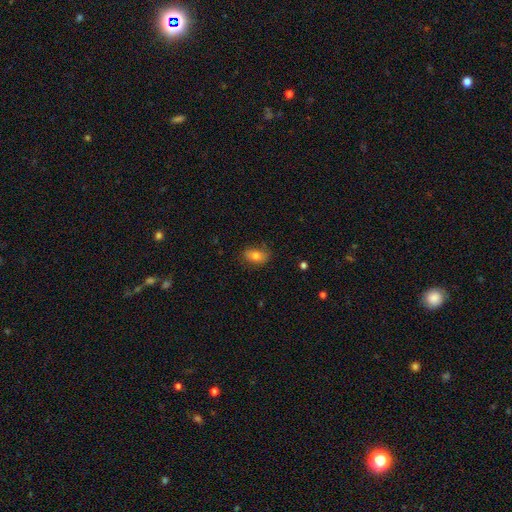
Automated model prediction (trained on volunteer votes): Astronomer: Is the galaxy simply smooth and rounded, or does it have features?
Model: smooth — 75%.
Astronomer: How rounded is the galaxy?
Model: in between — 85%.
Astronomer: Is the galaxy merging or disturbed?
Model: none — 77%.